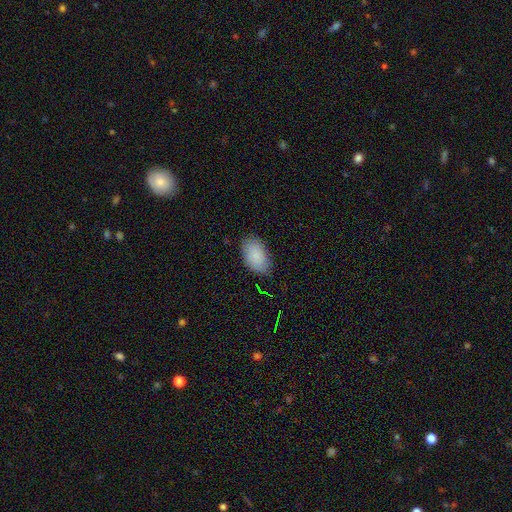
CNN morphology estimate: type=smooth (86%); roundness=in between (93%); merging=none (80%).